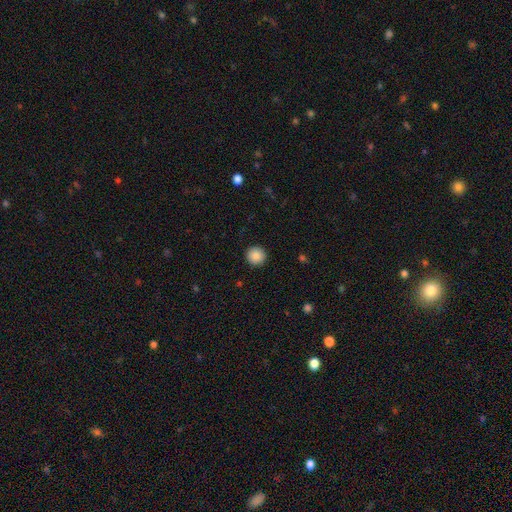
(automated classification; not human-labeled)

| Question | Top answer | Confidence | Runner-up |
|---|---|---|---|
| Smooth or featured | smooth | 86% | star or artifact (9%) |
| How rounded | round | 95% | in between (4%) |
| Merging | none | 92% | minor disturbance (5%) |